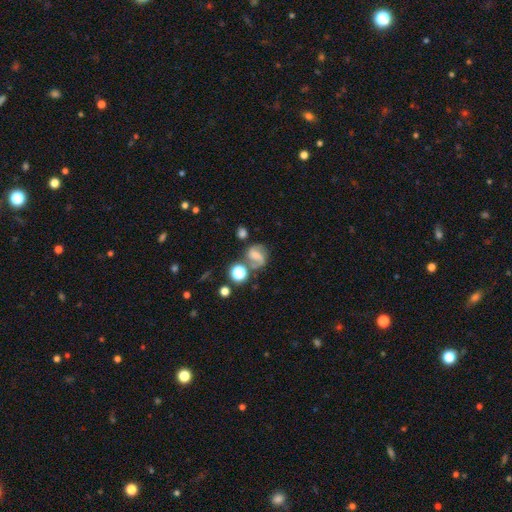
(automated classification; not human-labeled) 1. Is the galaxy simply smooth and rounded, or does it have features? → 66% featured or disk, 22% smooth, 12% star or artifact.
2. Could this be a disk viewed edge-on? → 98% no, 2% yes.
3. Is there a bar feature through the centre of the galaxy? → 45% weak, 29% no, 25% strong.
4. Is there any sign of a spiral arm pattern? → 92% yes, 8% no.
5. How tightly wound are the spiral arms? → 51% medium, 29% loose, 20% tight.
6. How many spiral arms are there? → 87% 2, 6% can't tell, 4% 1, 1% 3, 1% 4, 1% more than 4.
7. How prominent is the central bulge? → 37% small, 27% moderate, 26% none, 7% large, 2% dominant.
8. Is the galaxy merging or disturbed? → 58% none, 17% minor disturbance, 15% merger, 10% major disturbance.